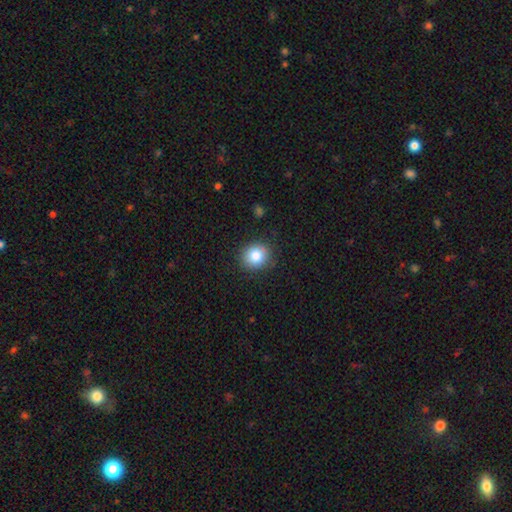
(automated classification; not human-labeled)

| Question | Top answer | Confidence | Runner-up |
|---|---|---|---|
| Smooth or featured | smooth | 83% | star or artifact (9%) |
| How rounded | round | 78% | in between (21%) |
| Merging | none | 86% | minor disturbance (10%) |